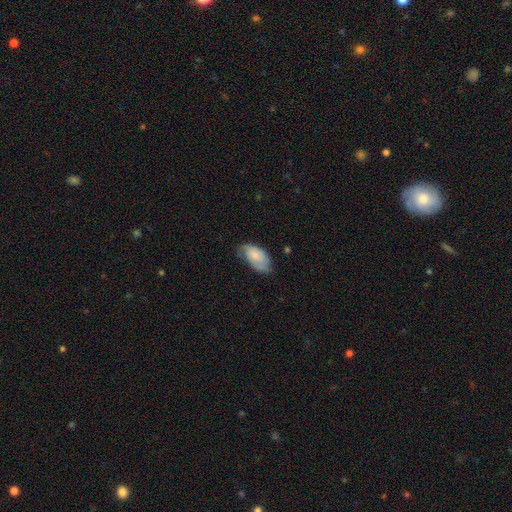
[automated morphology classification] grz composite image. It shows a smooth galaxy with no disk features (67%) that is in between round and cigar-shaped (94%). Merging: none (51%).